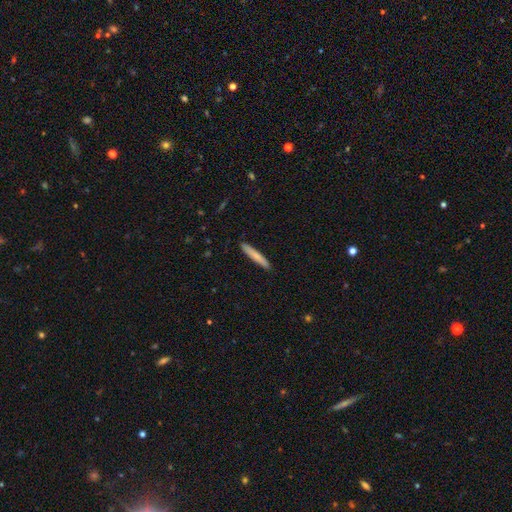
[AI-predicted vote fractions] Q: Smooth or featured?
A: smooth (78%); runner-up: featured or disk (17%)
Q: How rounded?
A: cigar-shaped (95%); runner-up: in between (3%)
Q: Merging?
A: none (91%); runner-up: minor disturbance (6%)